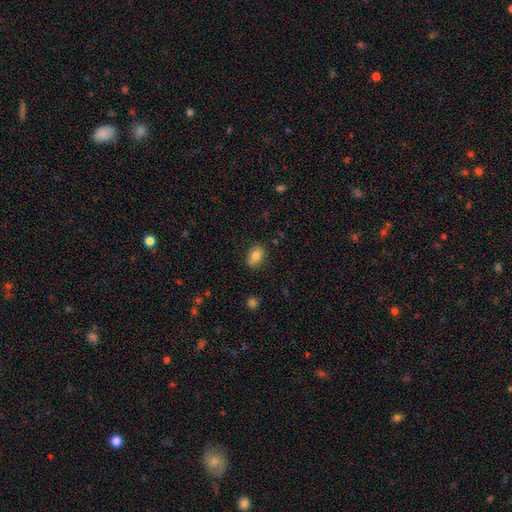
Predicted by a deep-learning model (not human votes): smooth_or_featured: smooth (p=0.79) [alt: featured or disk p=0.12]
how_rounded: in between (p=0.80) [alt: round p=0.18]
merging: none (p=0.81) [alt: minor disturbance p=0.15]